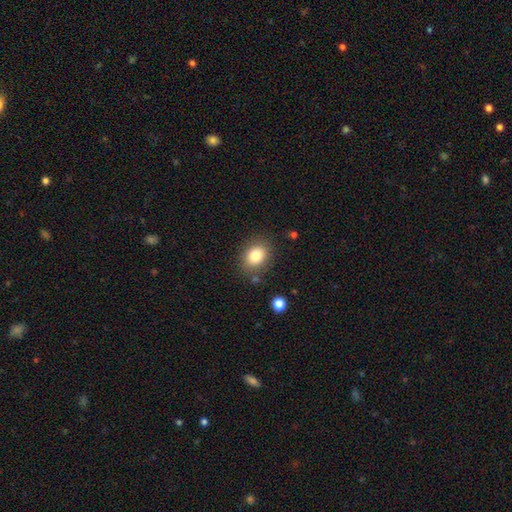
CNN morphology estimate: type=smooth (82%); roundness=in between (58%); merging=none (81%).